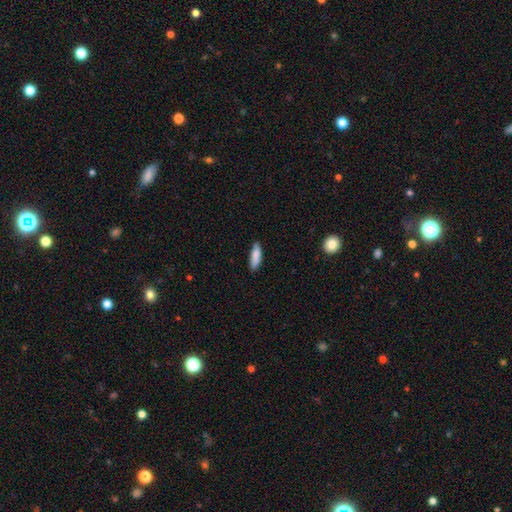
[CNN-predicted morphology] Overall: smooth (85%). How rounded: cigar-shaped (56%; in between 42%). Merging: none (80%).